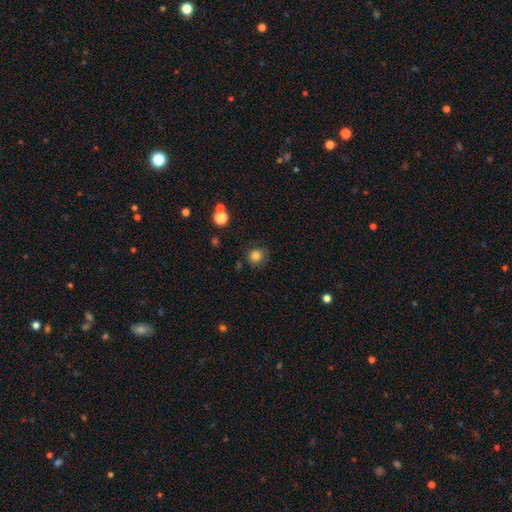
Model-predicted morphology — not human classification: Q: Smooth or featured?
A: smooth (83%); runner-up: star or artifact (12%)
Q: How rounded?
A: round (83%); runner-up: in between (16%)
Q: Merging?
A: none (77%); runner-up: minor disturbance (16%)